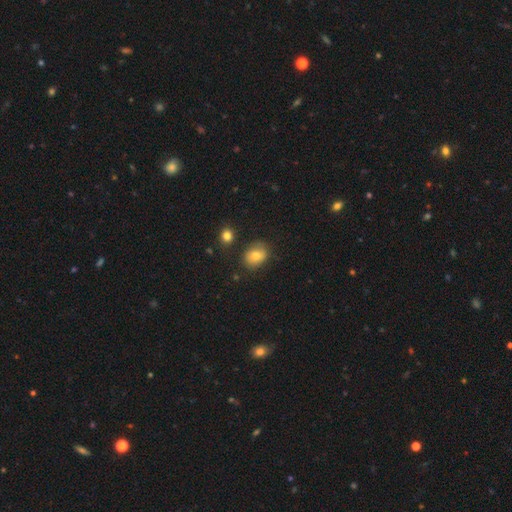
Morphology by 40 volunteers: Overall: smooth (72%). How rounded: in between (62%; round 34%). Merging: none (79%).